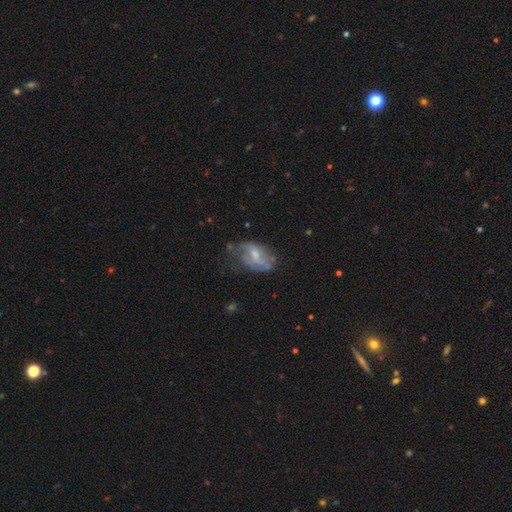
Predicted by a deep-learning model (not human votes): Smooth or featured?
  - featured or disk: 65% *
  - smooth: 27%
  - star or artifact: 7%
Edge-on disk?
  - no: 96% *
  - yes: 4%
Bar?
  - weak: 53% *
  - no: 35%
  - strong: 12%
Spiral arms?
  - yes: 74% *
  - no: 26%
Bulge size?
  - moderate: 44% *
  - small: 38%
  - none: 13%
  - large: 4%
  - dominant: 1%
Merging?
  - none: 47% *
  - minor disturbance: 30%
  - major disturbance: 19%
  - merger: 3%